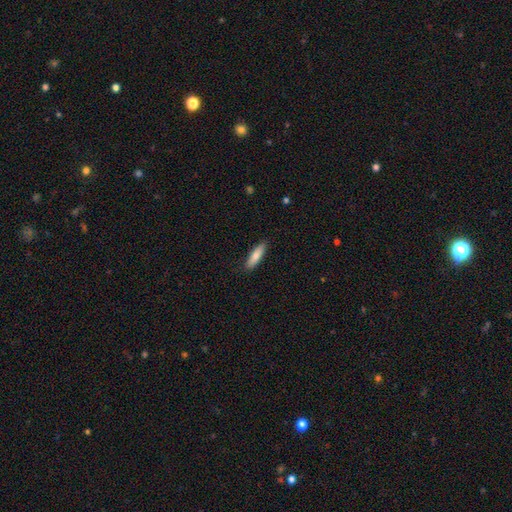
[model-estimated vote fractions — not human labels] Overall: smooth (79%). How rounded: cigar-shaped (68%; in between 30%). Merging: none (88%).